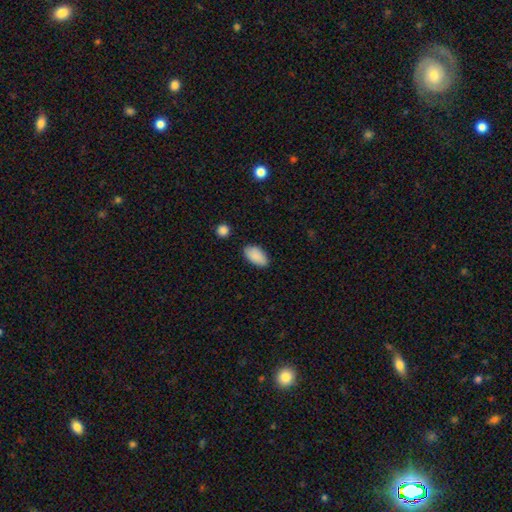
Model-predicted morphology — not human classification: This appears to be a smooth galaxy with no disk features (88%) that is in between round and cigar-shaped (94%). Merging: none (81%).